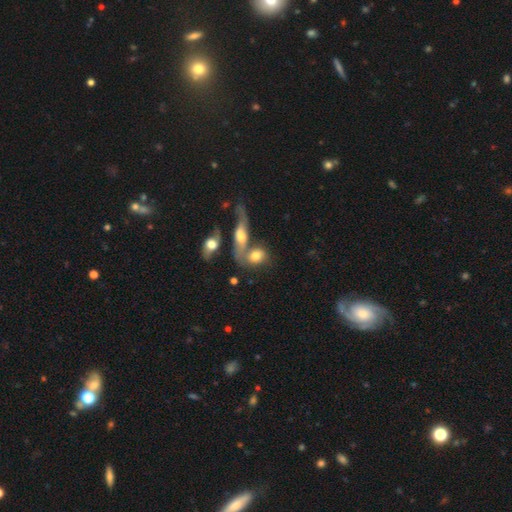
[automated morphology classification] smooth-or-featured: smooth: 66% | featured or disk: 25% | star or artifact: 9%
  how-rounded: in between: 63% | round: 31% | cigar-shaped: 6%
  merging: merger: 52% | none: 30% | minor disturbance: 11% | major disturbance: 7%